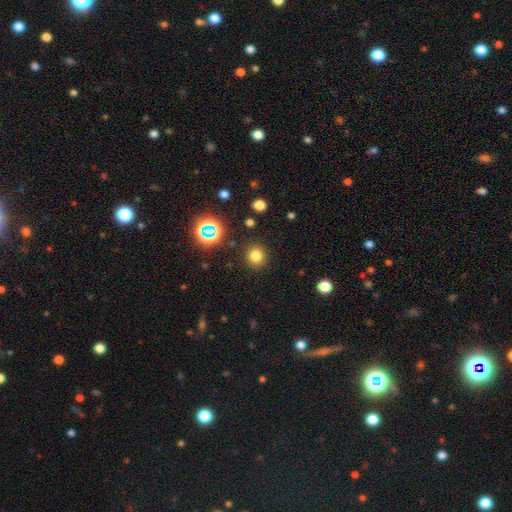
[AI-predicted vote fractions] Smooth or featured? Predicted: smooth (p=0.77). How rounded? Predicted: round (p=0.90). Merging? Predicted: none (p=0.89).